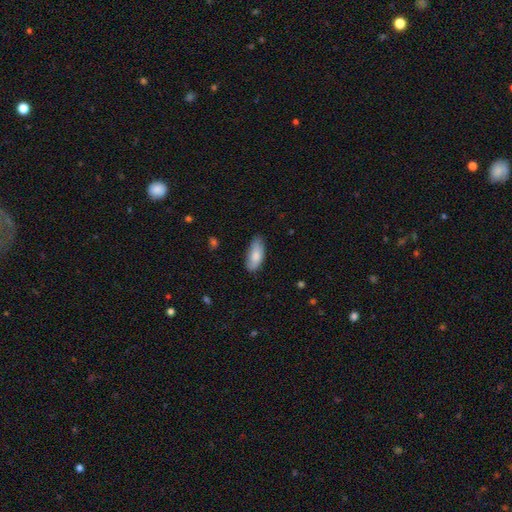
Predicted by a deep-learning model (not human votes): This is clearly a smooth galaxy (81%). How rounded: clearly in between (83%). Merging: likely none (76%).